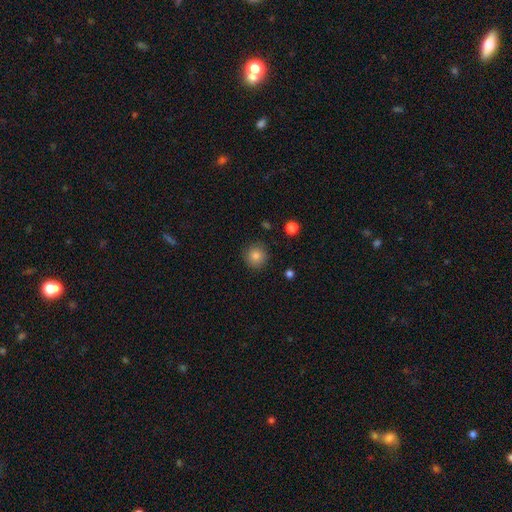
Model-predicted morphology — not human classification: A smooth galaxy with no disk features (84%) that is round (93%). Merging: none (90%).